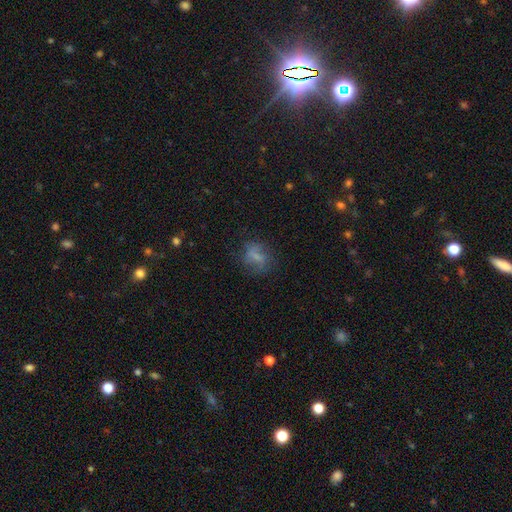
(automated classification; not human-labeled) Overall: smooth (56%; featured or disk 30%). How rounded: in between (53%; round 40%). Merging: none (63%).